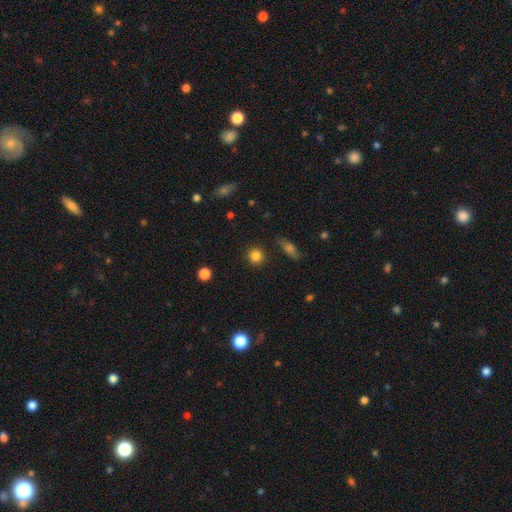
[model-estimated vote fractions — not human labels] Smooth or featured: smooth — 84% (star or artifact — 11%)
How rounded: round — 90% (in between — 9%)
Merging: none — 88% (minor disturbance — 7%)